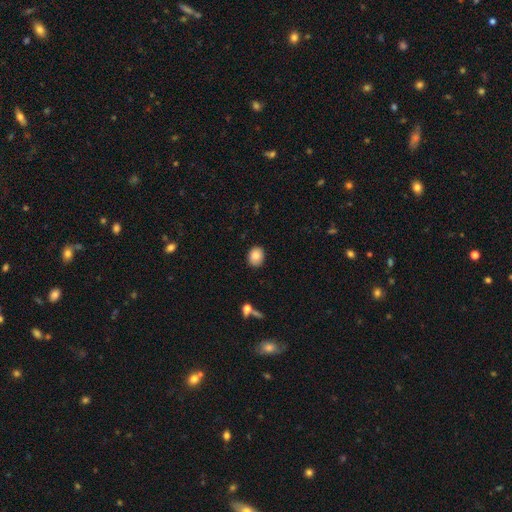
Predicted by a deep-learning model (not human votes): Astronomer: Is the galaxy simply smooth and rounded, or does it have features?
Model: smooth — 86%.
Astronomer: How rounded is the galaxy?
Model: in between — 51% (runner-up: round, 48%).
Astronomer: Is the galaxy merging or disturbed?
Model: none — 87%.